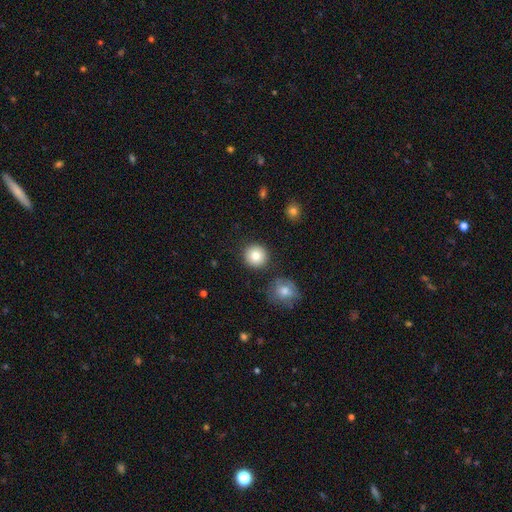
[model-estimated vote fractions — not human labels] smooth_or_featured: smooth (p=0.84) [alt: star or artifact p=0.09]
how_rounded: round (p=0.94) [alt: in between p=0.05]
merging: none (p=0.88) [alt: minor disturbance p=0.06]